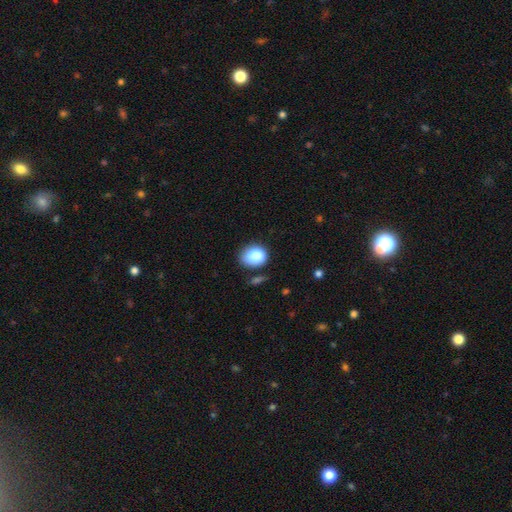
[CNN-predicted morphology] Smooth or featured? Predicted: smooth (p=0.86). How rounded? Predicted: in between (p=0.51). Merging? Predicted: none (p=0.65).